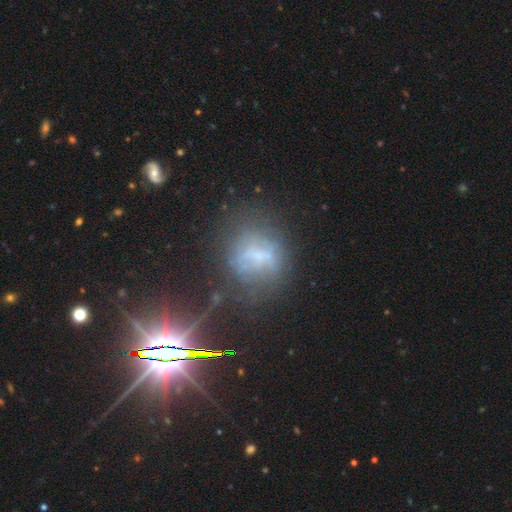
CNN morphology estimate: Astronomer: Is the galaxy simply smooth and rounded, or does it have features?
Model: featured or disk — 39% (runner-up: star or artifact, 32%).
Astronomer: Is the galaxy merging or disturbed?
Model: none — 56%.